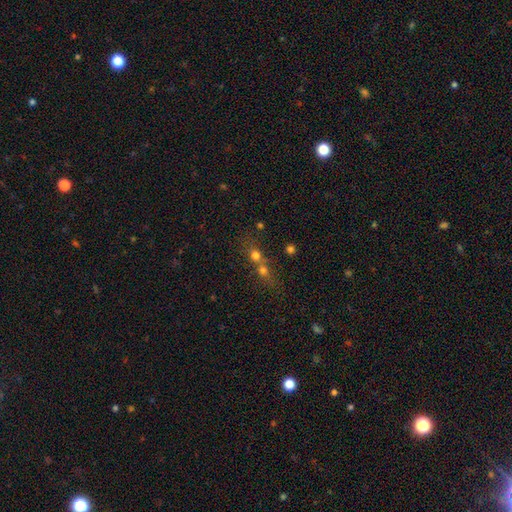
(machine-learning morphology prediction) Q: Smooth or featured?
A: smooth (66%); runner-up: star or artifact (19%)
Q: How rounded?
A: round (78%); runner-up: in between (18%)
Q: Merging?
A: merger (58%); runner-up: none (33%)